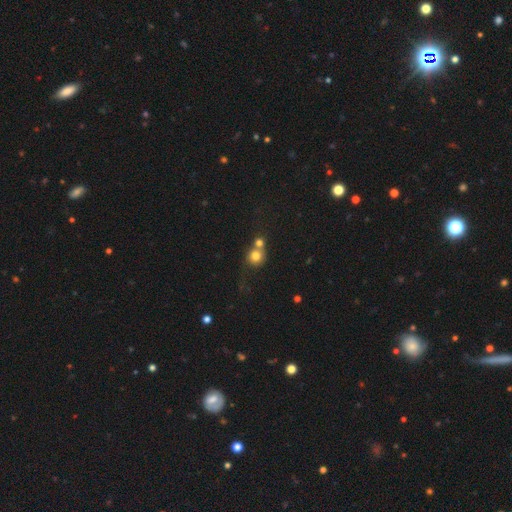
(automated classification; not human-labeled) smooth-or-featured: smooth: 78% | star or artifact: 11% | featured or disk: 11%
  how-rounded: round: 88% | in between: 11% | cigar-shaped: 1%
  merging: merger: 49% | none: 39% | minor disturbance: 7% | major disturbance: 4%